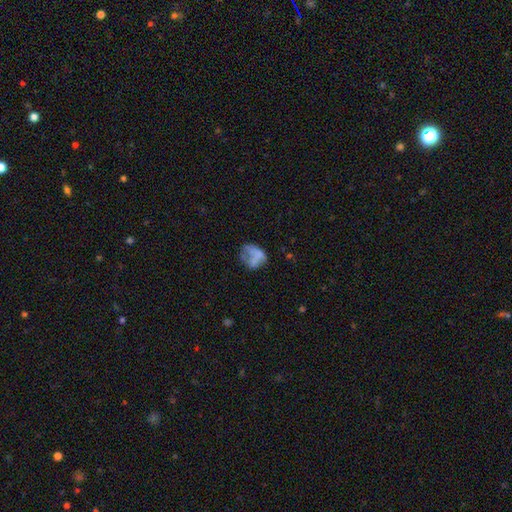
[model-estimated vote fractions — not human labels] Overall: smooth (55%; featured or disk 34%). How rounded: in between (59%; round 40%). Merging: none (36%; major disturbance 30%).